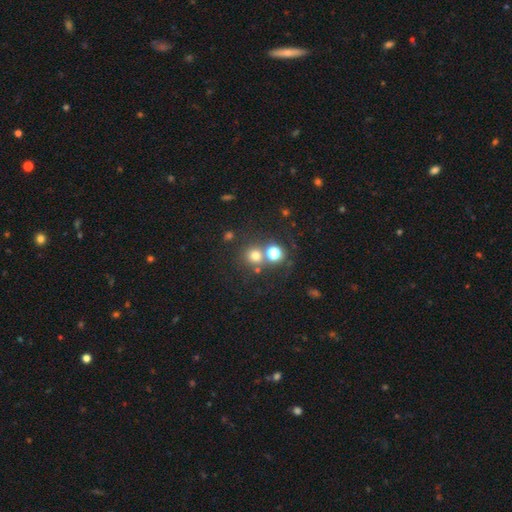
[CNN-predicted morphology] Smooth or featured: smooth — 69% (star or artifact — 22%)
How rounded: round — 90% (in between — 9%)
Merging: none — 65% (merger — 23%)